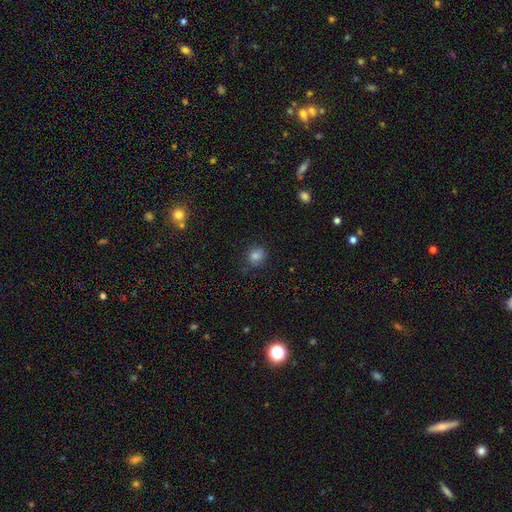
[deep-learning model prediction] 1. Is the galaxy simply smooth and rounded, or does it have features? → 80% smooth, 15% star or artifact, 6% featured or disk.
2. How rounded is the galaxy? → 79% round, 20% in between, 1% cigar-shaped.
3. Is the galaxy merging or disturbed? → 80% none, 14% minor disturbance, 4% major disturbance, 2% merger.